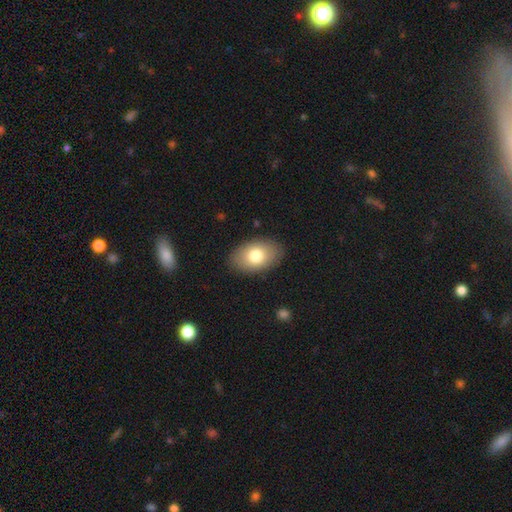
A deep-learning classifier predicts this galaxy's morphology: The model was most divided on "smooth or featured": smooth: 78%, featured or disk: 15%, star or artifact: 7%. More confident: how rounded — in between (89%); merging — none (88%).